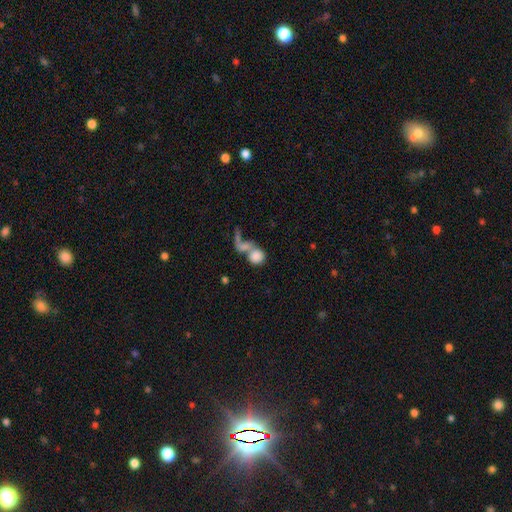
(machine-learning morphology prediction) Smooth or featured? smooth (76%)
How rounded? round (68%)
Merging? merger (60%)